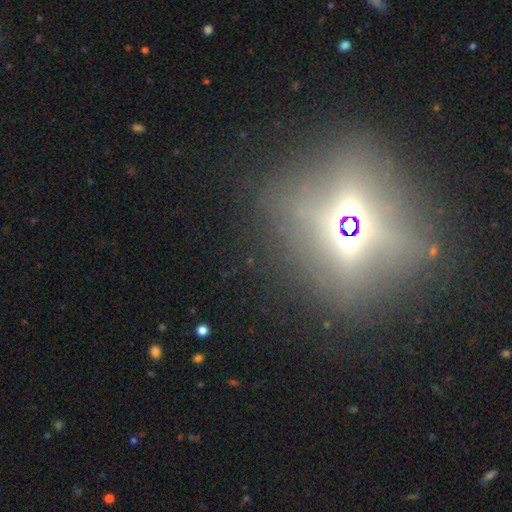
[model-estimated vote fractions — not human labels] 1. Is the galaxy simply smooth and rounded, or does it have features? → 52% star or artifact, 28% featured or disk, 20% smooth.